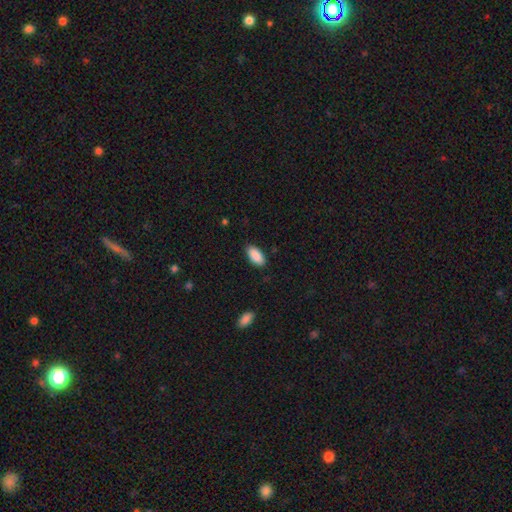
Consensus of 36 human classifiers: This appears to be a smooth galaxy with no disk features (92%) that is in between round and cigar-shaped (91%). Merging: none (88%).